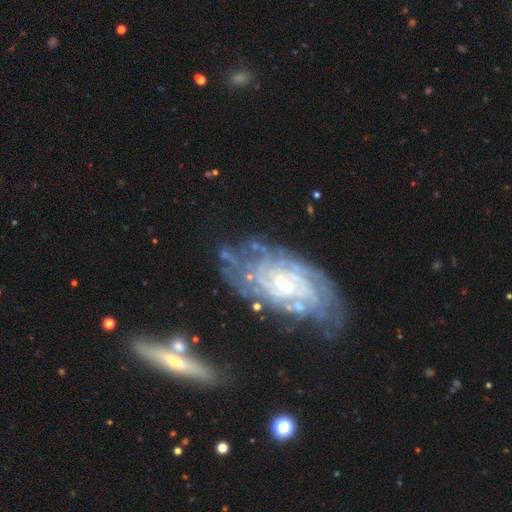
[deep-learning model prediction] A featured or disk galaxy (84%) with no bar (65%), tight (73%) spiral arms (93%) and a small central bulge (65%).

Vote fractions:
- Smooth or featured? featured or disk: 84% / smooth: 9% / star or artifact: 7%
- Edge-on disk? no: 93% / yes: 7%
- Bar? no: 65% / weak: 28% / strong: 7%
- Spiral arms? yes: 93% / no: 7%
- Spiral winding? tight: 73% / medium: 21% / loose: 5%
- Spiral arm count? can't tell: 45% / 4: 15% / 3: 13% / 2: 12% / more than 4: 9% / 1: 6%
- Bulge size? small: 65% / moderate: 28% / none: 3% / large: 2% / dominant: 1%
- Merging? none: 69% / minor disturbance: 19% / major disturbance: 8% / merger: 4%